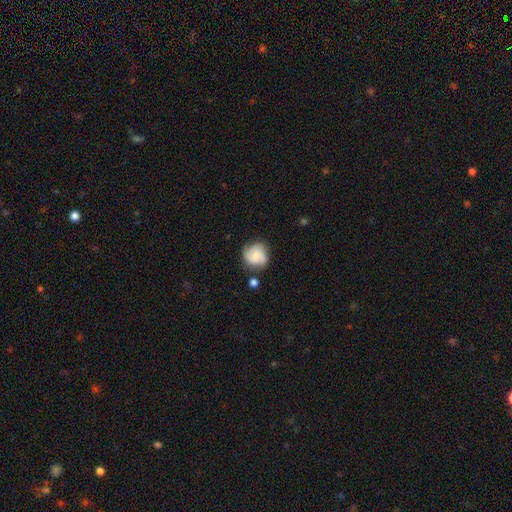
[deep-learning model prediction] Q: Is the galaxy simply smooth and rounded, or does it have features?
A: featured or disk — 47%.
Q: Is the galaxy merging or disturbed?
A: none — 71%.